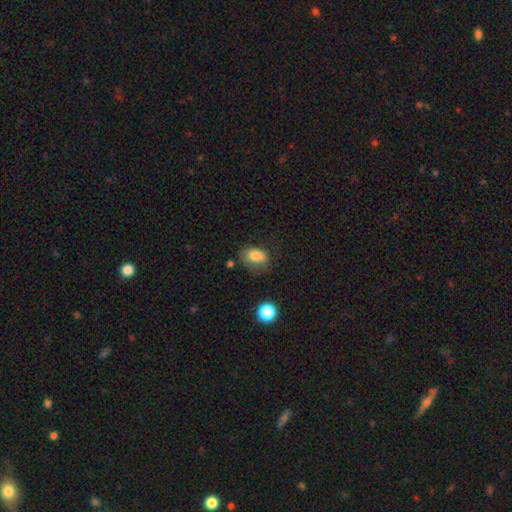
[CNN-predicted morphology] smooth_or_featured: smooth (p=0.82) [alt: star or artifact p=0.09]
how_rounded: in between (p=0.80) [alt: round p=0.19]
merging: none (p=0.55) [alt: minor disturbance p=0.29]